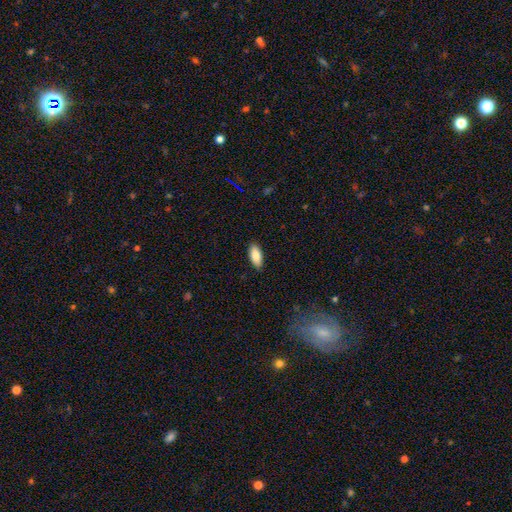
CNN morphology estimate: smooth_or_featured: smooth (p=0.84) [alt: featured or disk p=0.10]
how_rounded: in between (p=0.86) [alt: cigar-shaped p=0.12]
merging: none (p=0.88) [alt: minor disturbance p=0.09]